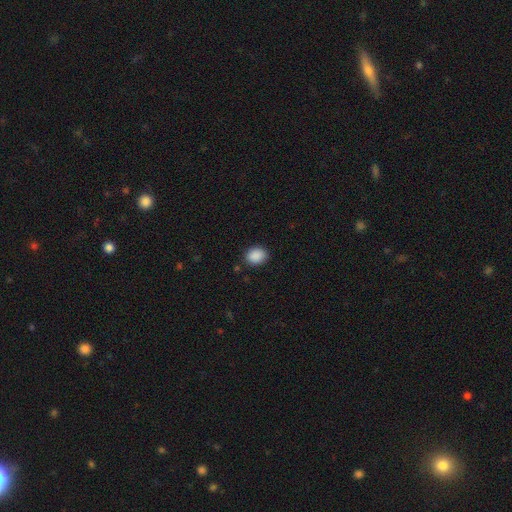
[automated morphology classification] smooth_or_featured: smooth (p=0.89) [alt: star or artifact p=0.08]
how_rounded: in between (p=0.55) [alt: round p=0.44]
merging: none (p=0.87) [alt: minor disturbance p=0.10]